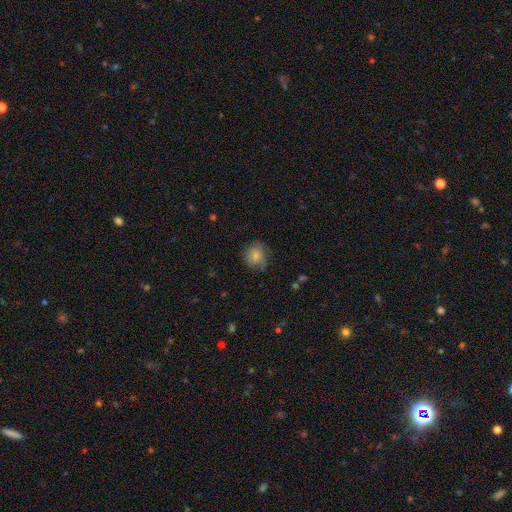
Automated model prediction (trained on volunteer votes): Q: Smooth or featured?
A: smooth (75%); runner-up: featured or disk (16%)
Q: How rounded?
A: round (75%); runner-up: in between (24%)
Q: Merging?
A: none (68%); runner-up: minor disturbance (23%)